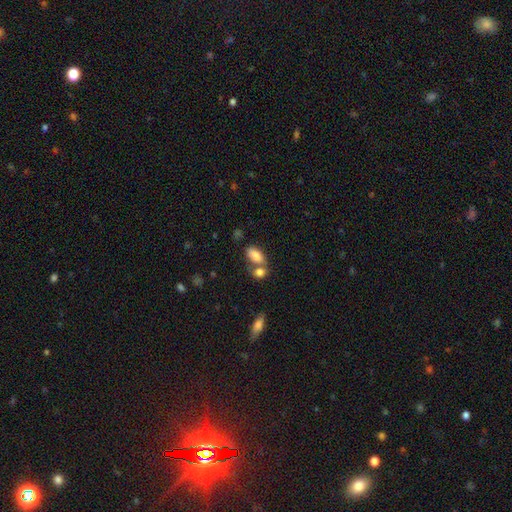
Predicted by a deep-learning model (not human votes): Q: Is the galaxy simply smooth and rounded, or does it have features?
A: smooth — 82%.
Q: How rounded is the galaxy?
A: in between — 91%.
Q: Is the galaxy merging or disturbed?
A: none — 45%.